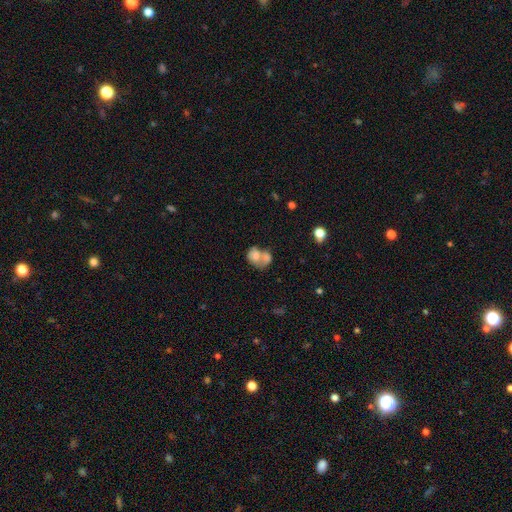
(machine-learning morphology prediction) Smooth or featured? Predicted: smooth (p=0.71). How rounded? Predicted: in between (p=0.58). Merging? Predicted: merger (p=0.67).